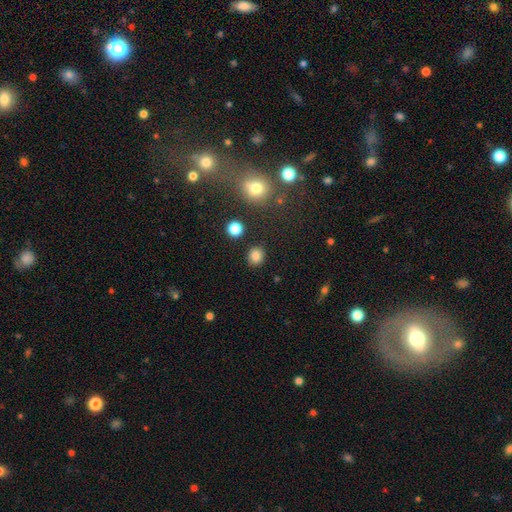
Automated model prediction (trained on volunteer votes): Smooth or featured?
  - smooth: 83% *
  - star or artifact: 12%
  - featured or disk: 5%
How rounded?
  - round: 78% *
  - in between: 21%
  - cigar-shaped: 1%
Merging?
  - none: 87% *
  - minor disturbance: 7%
  - merger: 3%
  - major disturbance: 3%